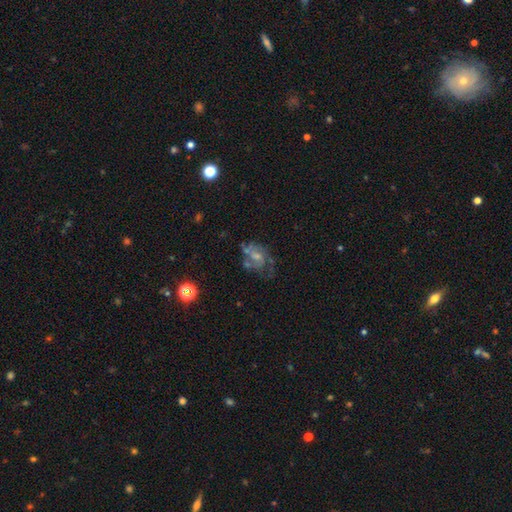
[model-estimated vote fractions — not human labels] A featured or disk galaxy (65%) with no bar (66%), spiral arms (72%) and a small central bulge (44%). Merging: none (40%).